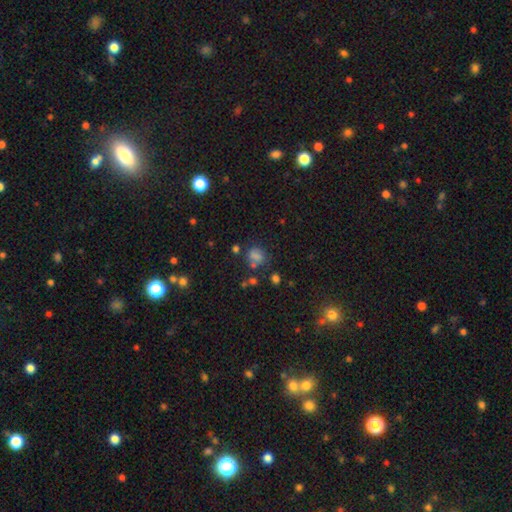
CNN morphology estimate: type=smooth (64%); roundness=round (61%); merging=none (61%).